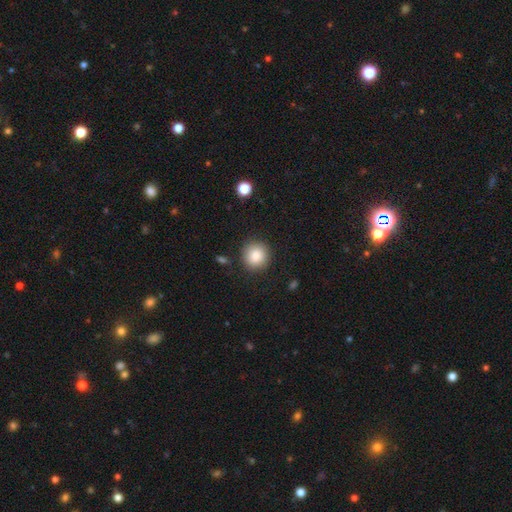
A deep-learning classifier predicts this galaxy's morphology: type=smooth (85%); roundness=round (92%); merging=none (88%).